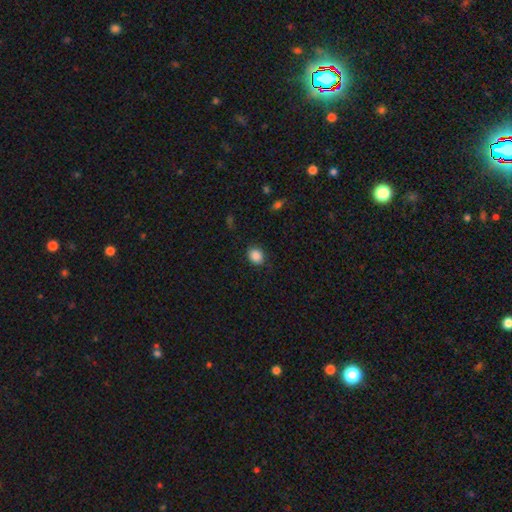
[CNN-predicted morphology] This appears to be a smooth galaxy with no disk features (87%) that is round (57%). Merging: none (85%).